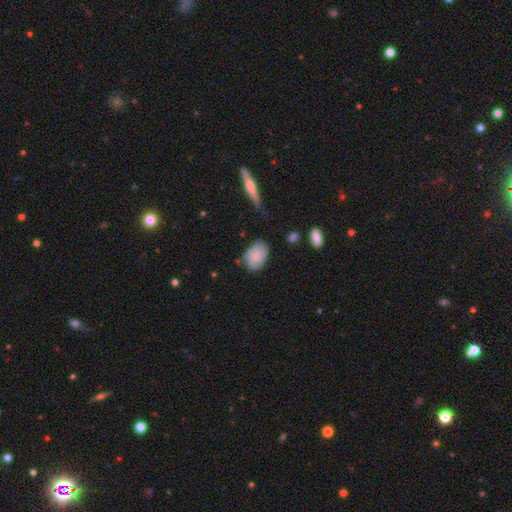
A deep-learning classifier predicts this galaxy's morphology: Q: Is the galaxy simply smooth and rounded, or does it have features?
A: smooth — 72%.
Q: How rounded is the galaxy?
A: in between — 84%.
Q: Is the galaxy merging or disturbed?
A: none — 67%.